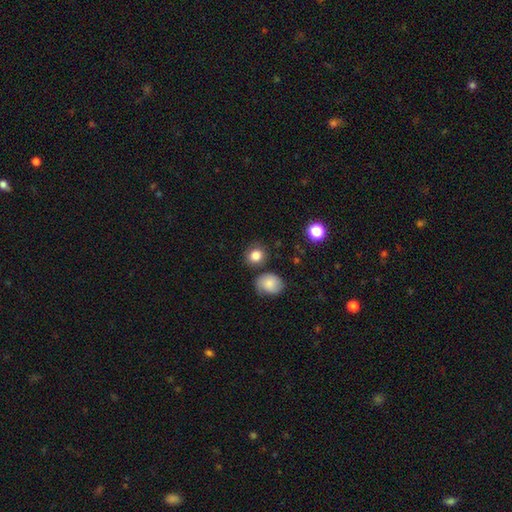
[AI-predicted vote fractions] A smooth galaxy with no disk features (84%) that is round (77%). Merging: none (75%).